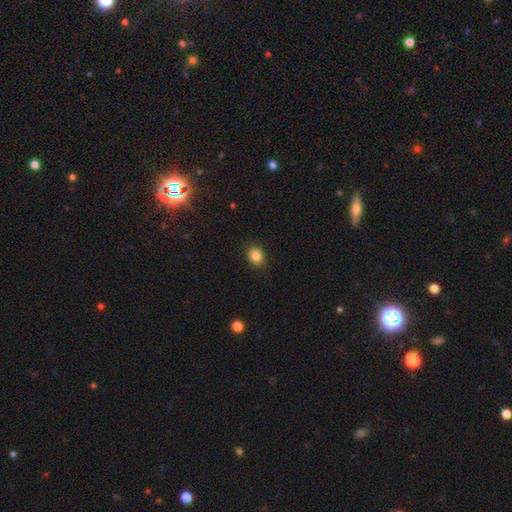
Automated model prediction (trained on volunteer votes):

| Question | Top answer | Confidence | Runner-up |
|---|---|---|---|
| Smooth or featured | smooth | 86% | star or artifact (10%) |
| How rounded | in between | 61% | round (38%) |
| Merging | none | 89% | minor disturbance (7%) |